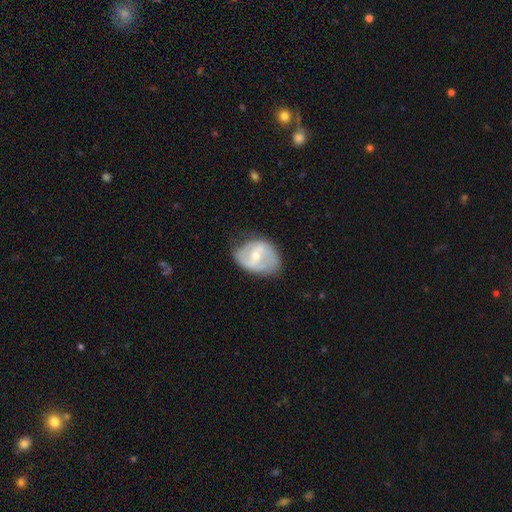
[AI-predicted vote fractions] smooth-or-featured: featured or disk: 67% | smooth: 27% | star or artifact: 6%
  disk-edge-on: no: 97% | yes: 3%
    bar: weak: 47% | no: 30% | strong: 23%
    has-spiral-arms: yes: 74% | no: 26%
    bulge-size: small: 56% | moderate: 41% | none: 2% | large: 1% | dominant: 1%
  merging: none: 63% | minor disturbance: 26% | major disturbance: 10% | merger: 2%